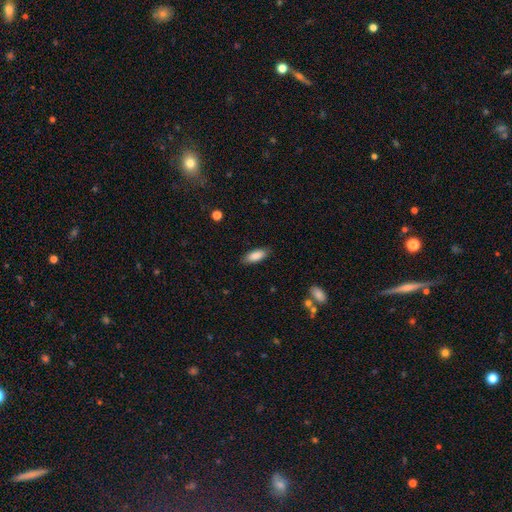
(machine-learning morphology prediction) Smooth or featured? smooth (87%)
How rounded? in between (77%)
Merging? none (86%)